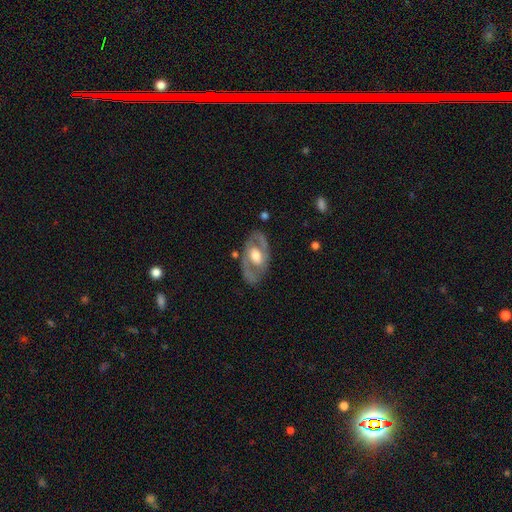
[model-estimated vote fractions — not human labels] Smooth or featured? Predicted: featured or disk (p=0.71). Edge-on disk? Predicted: no (p=0.91). Bar? Predicted: no (p=0.51). Spiral arms? Predicted: yes (p=0.58). Bulge size? Predicted: moderate (p=0.56). Merging? Predicted: none (p=0.76).